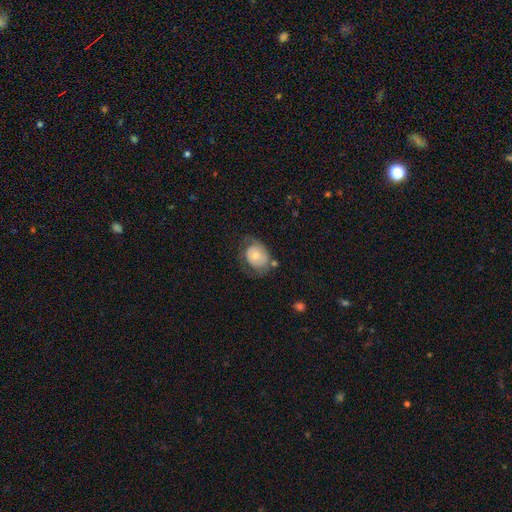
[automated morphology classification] Smooth or featured?
  - smooth: 53% *
  - featured or disk: 39%
  - star or artifact: 7%
How rounded?
  - in between: 53% *
  - round: 46%
  - cigar-shaped: 1%
Merging?
  - none: 45% *
  - minor disturbance: 30%
  - major disturbance: 19%
  - merger: 5%